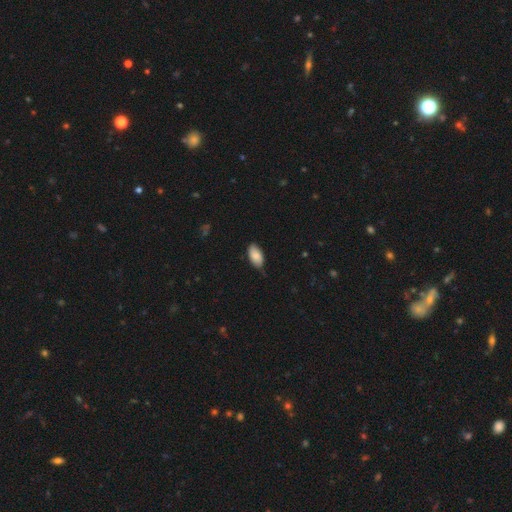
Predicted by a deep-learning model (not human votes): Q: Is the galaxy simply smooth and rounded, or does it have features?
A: smooth — 86%.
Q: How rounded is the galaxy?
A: in between — 95%.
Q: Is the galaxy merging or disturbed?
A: none — 72%.